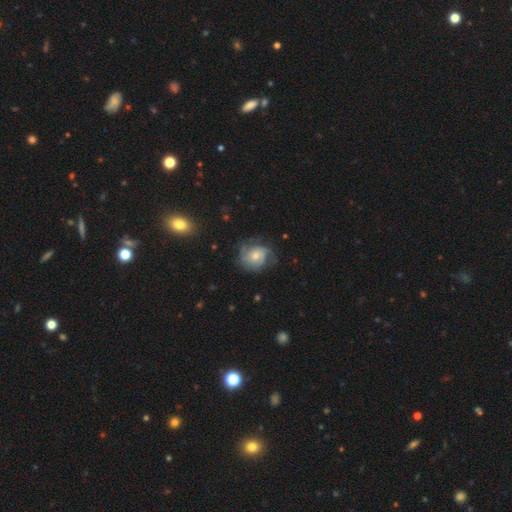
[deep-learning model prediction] The model was most divided on "spiral winding": tight: 43%, medium: 40%, loose: 17%. Remaining: edge-on disk — no (98%); spiral arms — yes (86%); bar — no (76%); merging — none (62%); smooth or featured — featured or disk (61%); bulge size — moderate (51%); spiral arm count — 2 (35%).